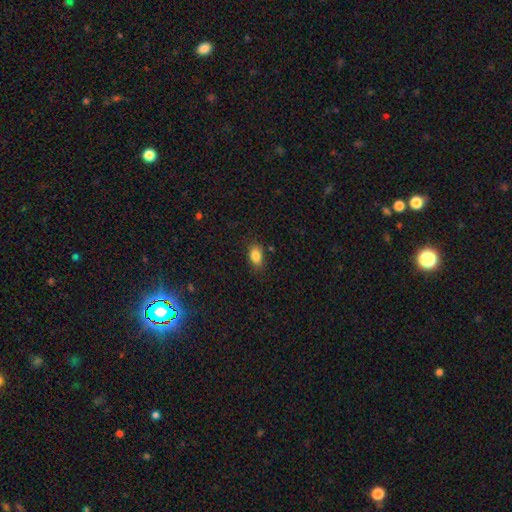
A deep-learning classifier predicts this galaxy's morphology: smooth_or_featured: smooth (p=0.85) [alt: star or artifact p=0.09]
how_rounded: in between (p=0.85) [alt: round p=0.13]
merging: none (p=0.81) [alt: minor disturbance p=0.14]